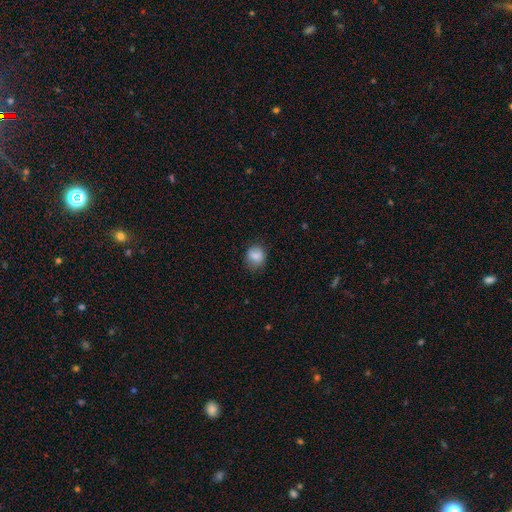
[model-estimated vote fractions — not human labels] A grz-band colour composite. It shows a smooth galaxy with no disk features (83%) that is round (71%). Merging: none (74%).